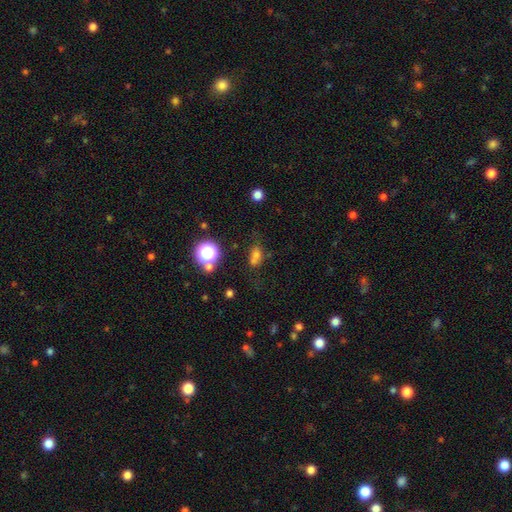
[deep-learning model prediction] This appears to be a smooth galaxy with no disk features (66%) that is in between round and cigar-shaped (64%). Merging: none (52%).